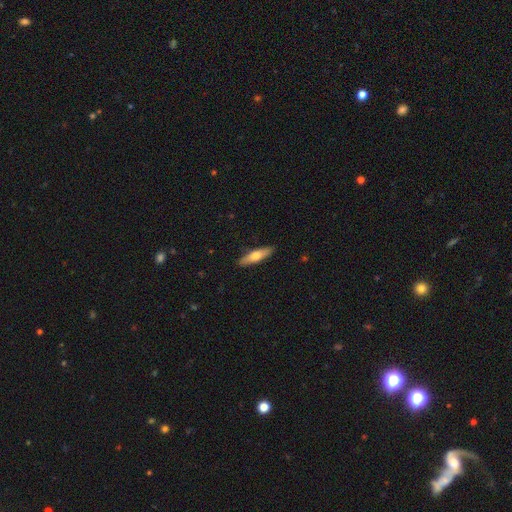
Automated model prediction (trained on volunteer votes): A smooth galaxy with no disk features (55%) that is cigar-shaped (72%).

Vote fractions:
- Smooth or featured? smooth: 55% / featured or disk: 40% / star or artifact: 5%
- How rounded? cigar-shaped: 72% / in between: 26% / round: 2%
- Merging? none: 89% / minor disturbance: 8% / major disturbance: 2% / merger: 1%